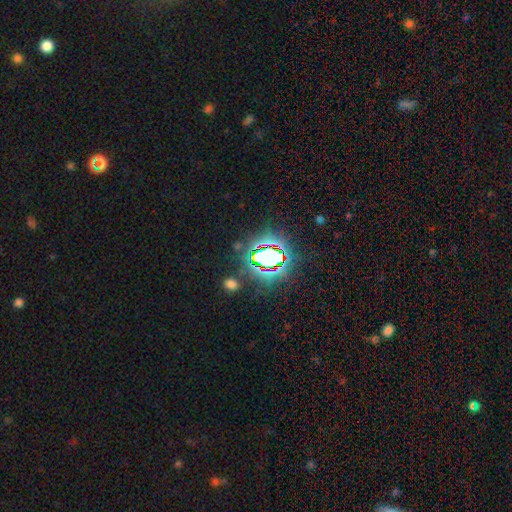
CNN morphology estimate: Overall: star or artifact (81%).